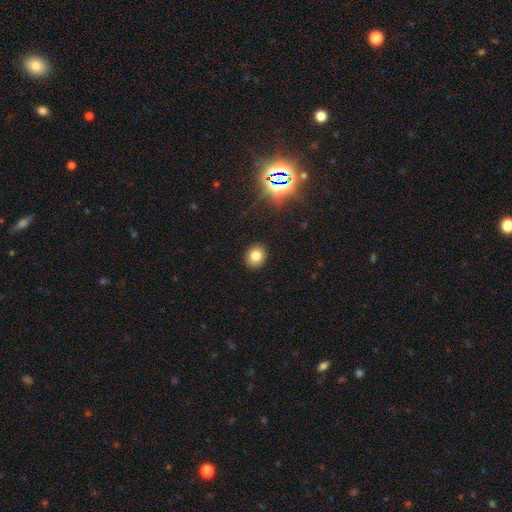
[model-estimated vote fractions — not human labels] Smooth or featured?
  - smooth: 78% *
  - star or artifact: 14%
  - featured or disk: 7%
How rounded?
  - round: 69% *
  - in between: 30%
  - cigar-shaped: 1%
Merging?
  - none: 90% *
  - minor disturbance: 6%
  - major disturbance: 2%
  - merger: 1%